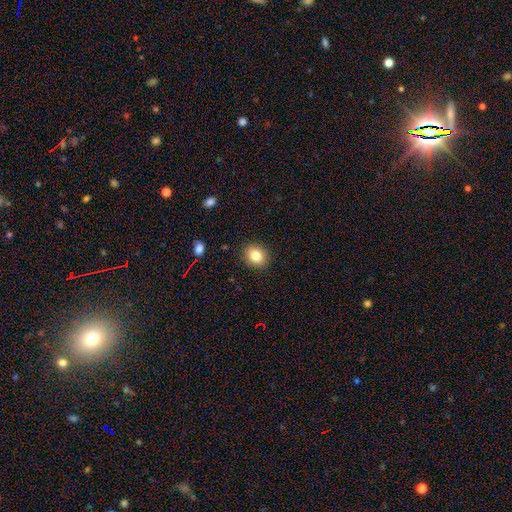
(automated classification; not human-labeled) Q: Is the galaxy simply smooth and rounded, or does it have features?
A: smooth — 83%.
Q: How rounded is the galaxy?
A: round — 58%.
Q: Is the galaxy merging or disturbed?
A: none — 89%.